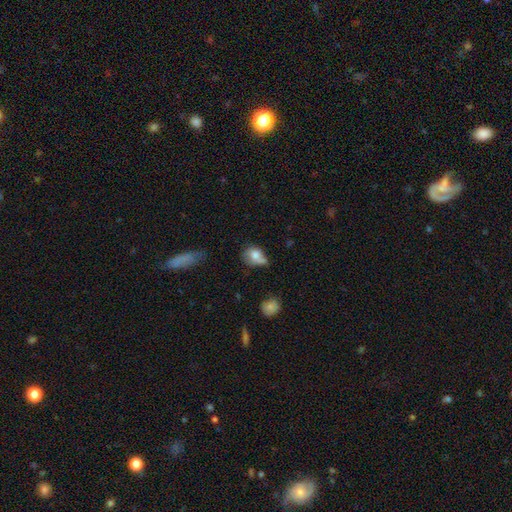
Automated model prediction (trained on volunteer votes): Smooth or featured? smooth (73%)
How rounded? in between (51%)
Merging? minor disturbance (34%)